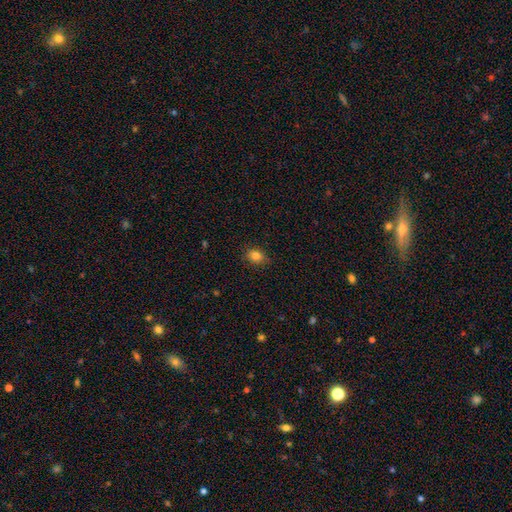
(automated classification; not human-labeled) Q: Smooth or featured?
A: smooth (82%); runner-up: star or artifact (11%)
Q: How rounded?
A: in between (59%); runner-up: round (40%)
Q: Merging?
A: none (84%); runner-up: minor disturbance (13%)